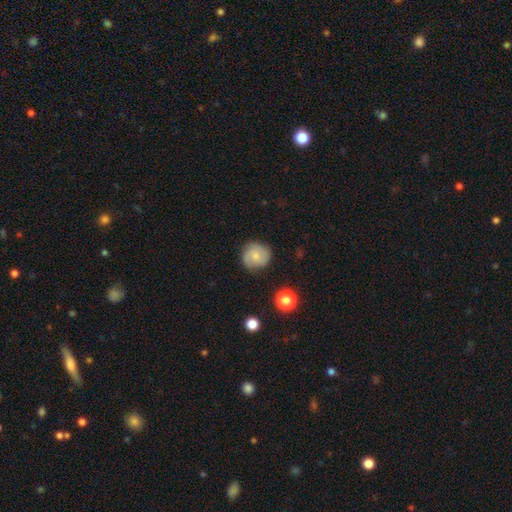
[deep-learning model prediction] Smooth or featured?
  - smooth: 54% *
  - featured or disk: 37%
  - star or artifact: 8%
How rounded?
  - round: 89% *
  - in between: 10%
  - cigar-shaped: 1%
Merging?
  - none: 82% *
  - minor disturbance: 13%
  - major disturbance: 3%
  - merger: 1%